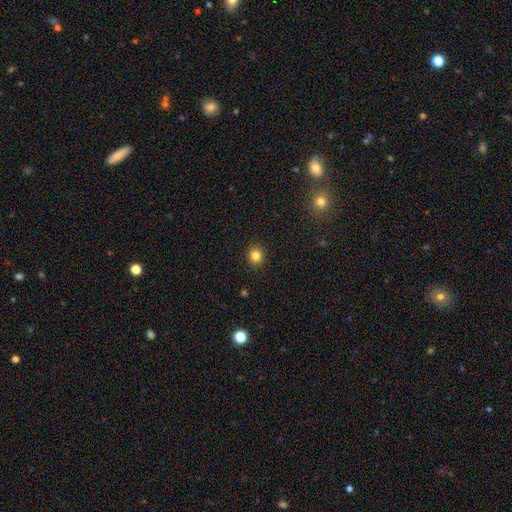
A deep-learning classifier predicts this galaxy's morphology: A smooth galaxy with no disk features (82%) that is round (85%). Merging: none (91%).